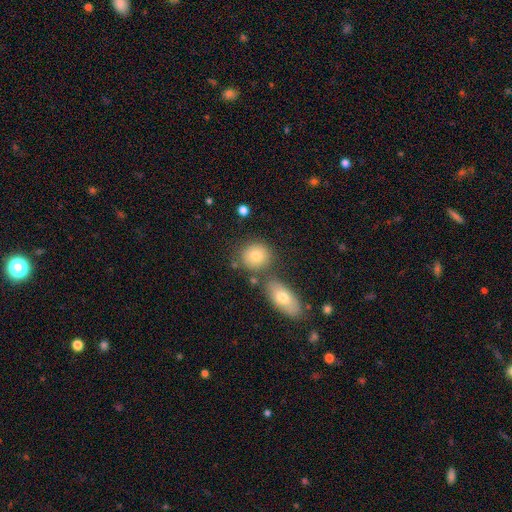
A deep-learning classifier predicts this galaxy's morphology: Smooth or featured: smooth — 80% (featured or disk — 10%)
How rounded: round — 76% (in between — 23%)
Merging: none — 69% (merger — 17%)